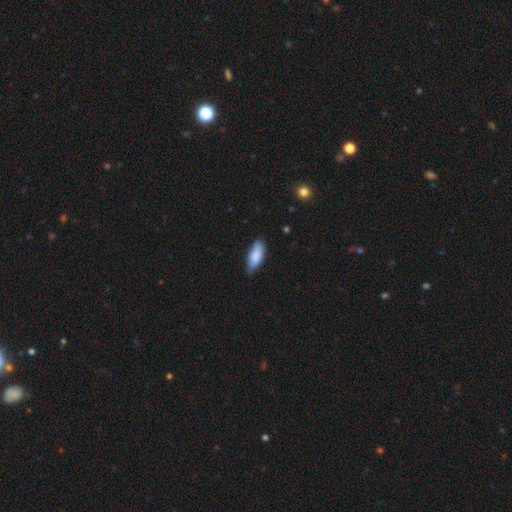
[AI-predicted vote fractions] Morphology: type=smooth (84%); roundness=in between (78%); merging=none (68%).